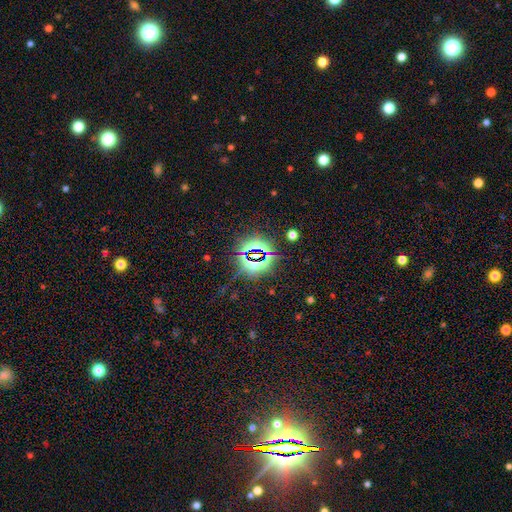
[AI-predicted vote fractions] The model was most divided on "smooth or featured": star or artifact: 79%, smooth: 13%, featured or disk: 9%.